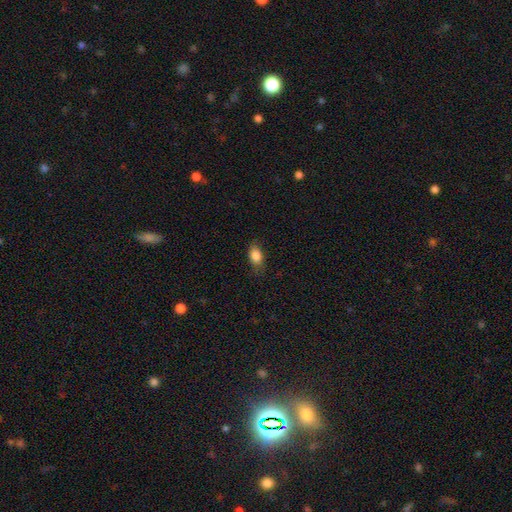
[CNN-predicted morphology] smooth-or-featured: smooth: 85% | star or artifact: 8% | featured or disk: 6%
  how-rounded: in between: 83% | round: 13% | cigar-shaped: 4%
  merging: none: 74% | minor disturbance: 20% | major disturbance: 5% | merger: 1%